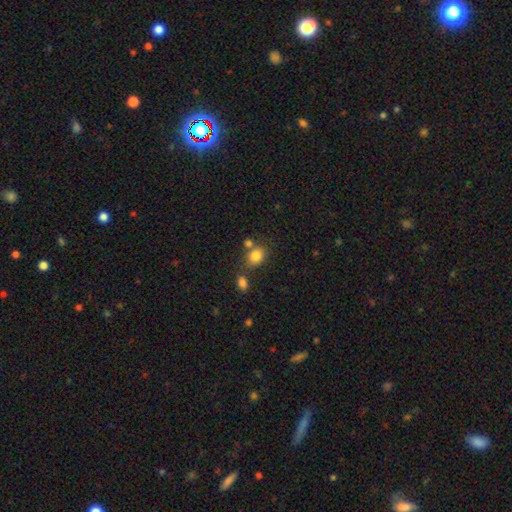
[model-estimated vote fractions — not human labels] smooth 83%, star or artifact 10%, featured or disk 7%. Down the decision tree: how rounded — in between (55%); merging — none (59%).